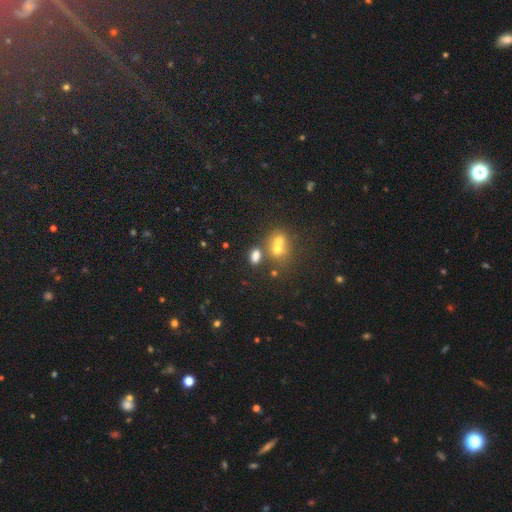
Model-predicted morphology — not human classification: This is likely a smooth galaxy (69%). How rounded: likely in between (69%). Merging: possibly none (49%).